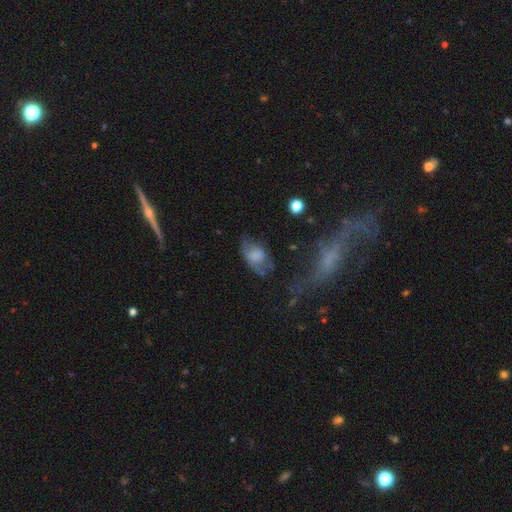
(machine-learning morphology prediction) The model was most divided on "merging": none: 42%, minor disturbance: 30%, major disturbance: 23%, merger: 5%. More confident: how rounded — in between (86%); smooth or featured — smooth (60%).